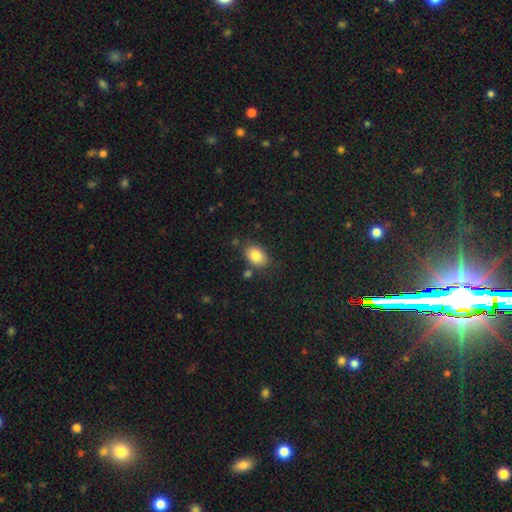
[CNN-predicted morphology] Overall: smooth (84%). How rounded: in between (80%). Merging: none (77%).